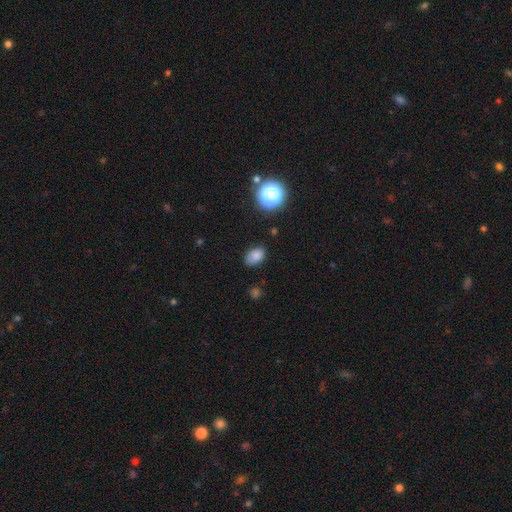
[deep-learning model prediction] Smooth or featured?
  - smooth: 81% *
  - star or artifact: 13%
  - featured or disk: 6%
How rounded?
  - in between: 83% *
  - round: 16%
  - cigar-shaped: 1%
Merging?
  - none: 75% *
  - minor disturbance: 19%
  - major disturbance: 4%
  - merger: 2%